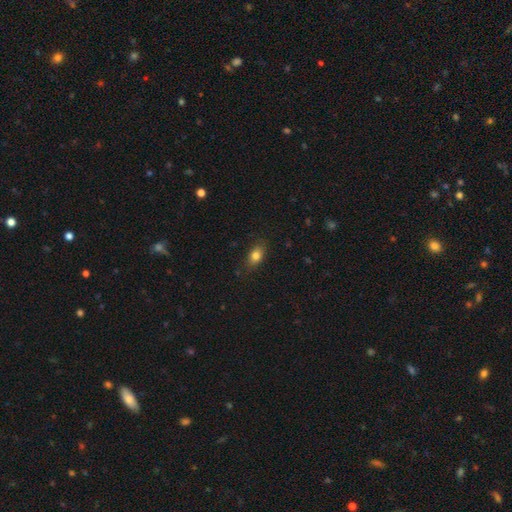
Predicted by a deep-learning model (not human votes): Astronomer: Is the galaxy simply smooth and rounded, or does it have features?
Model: smooth — 81%.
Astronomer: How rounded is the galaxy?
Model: in between — 81%.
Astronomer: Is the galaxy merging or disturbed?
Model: none — 83%.